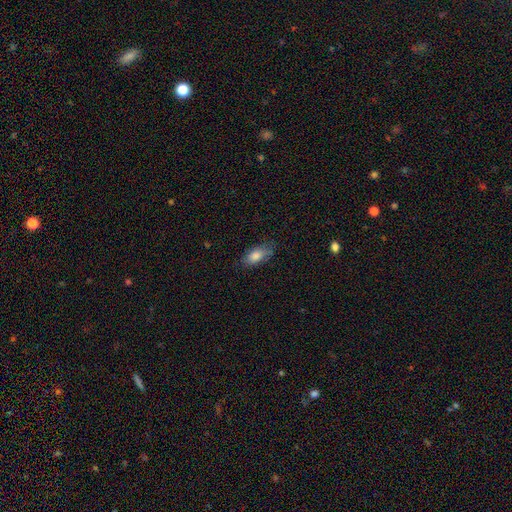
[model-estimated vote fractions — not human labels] Smooth or featured? Predicted: smooth (p=0.81). How rounded? Predicted: in between (p=0.85). Merging? Predicted: none (p=0.69).